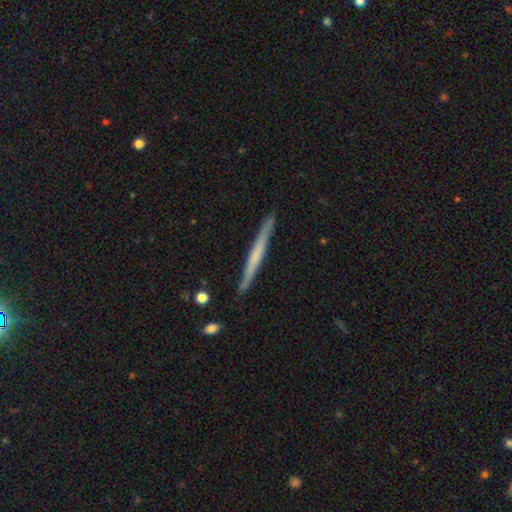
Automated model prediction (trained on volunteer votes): This is possibly a featured or disk galaxy (51%). It is clearly viewed edge-on (97%). Merging: clearly none (90%).